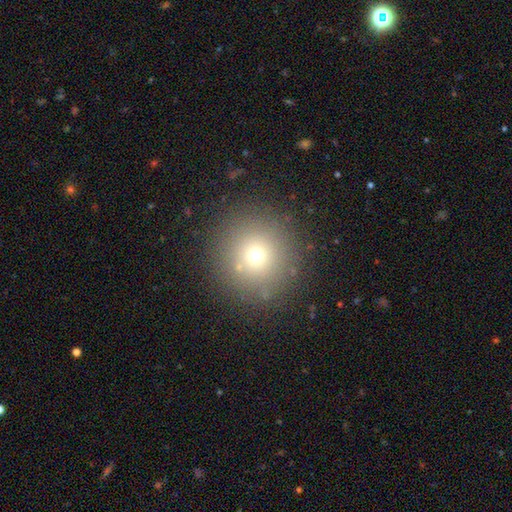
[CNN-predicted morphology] Overall: smooth (67%). How rounded: round (95%). Merging: none (88%).